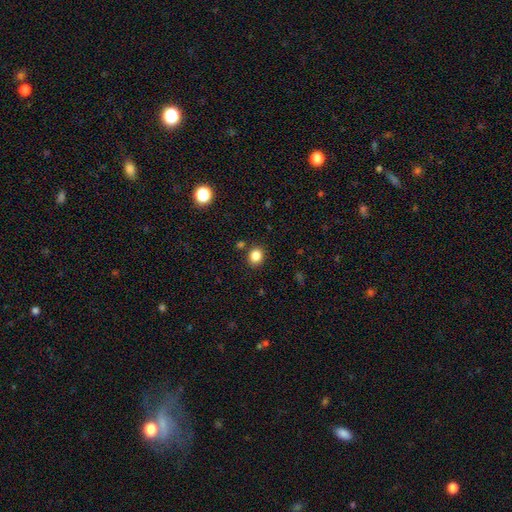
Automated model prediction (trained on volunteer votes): Q: Smooth or featured?
A: smooth (84%); runner-up: star or artifact (11%)
Q: How rounded?
A: round (68%); runner-up: in between (31%)
Q: Merging?
A: none (85%); runner-up: minor disturbance (8%)